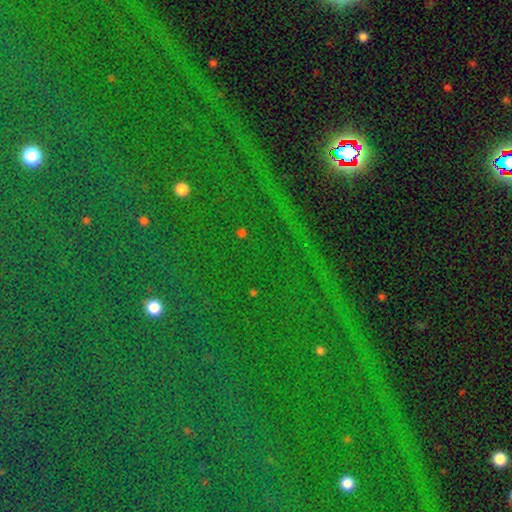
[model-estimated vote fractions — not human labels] Smooth or featured? Predicted: star or artifact (p=0.84).